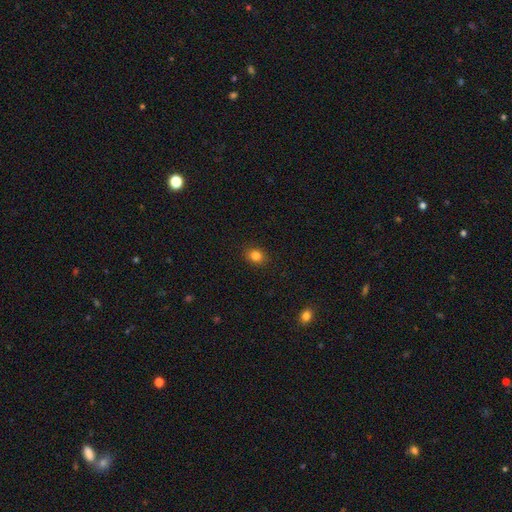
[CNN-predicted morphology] smooth_or_featured: smooth (p=0.83) [alt: star or artifact p=0.12]
how_rounded: round (p=0.59) [alt: in between p=0.40]
merging: none (p=0.89) [alt: minor disturbance p=0.08]